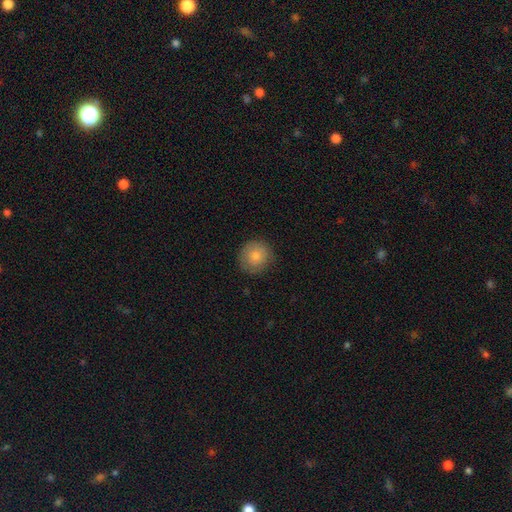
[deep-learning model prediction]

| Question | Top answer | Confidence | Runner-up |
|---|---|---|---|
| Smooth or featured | smooth | 80% | featured or disk (12%) |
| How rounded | round | 92% | in between (7%) |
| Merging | none | 84% | minor disturbance (12%) |